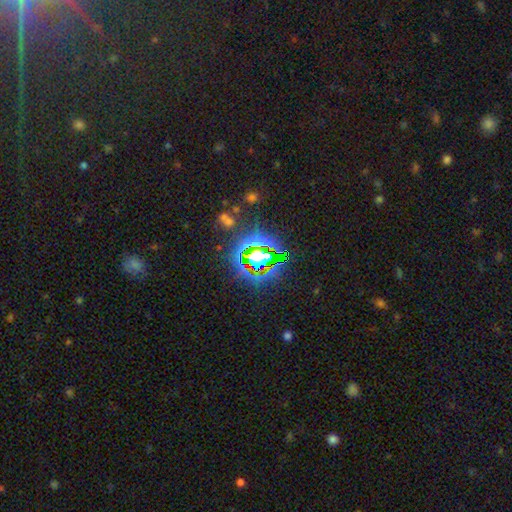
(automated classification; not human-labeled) smooth-or-featured: star or artifact: 71% | smooth: 17% | featured or disk: 12%